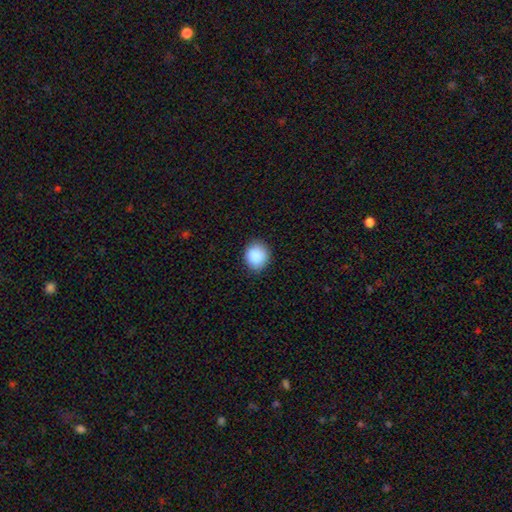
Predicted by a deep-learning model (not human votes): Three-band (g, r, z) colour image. It shows a smooth galaxy with no disk features (89%) that is round (72%). Merging: none (86%).